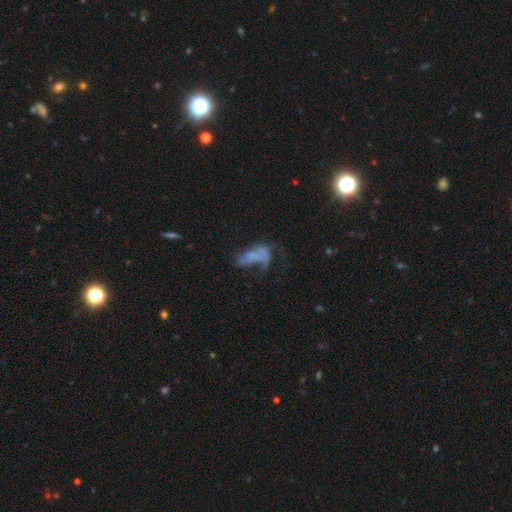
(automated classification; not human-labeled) A featured or disk galaxy (46%). Merging: major disturbance (48%).